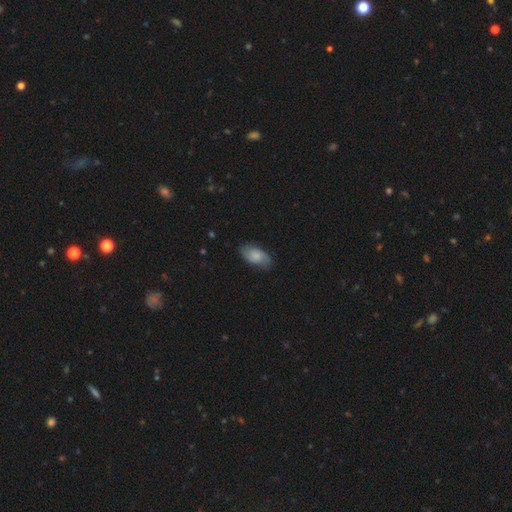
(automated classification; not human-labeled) Smooth or featured?
  - smooth: 59% *
  - featured or disk: 34%
  - star or artifact: 7%
How rounded?
  - in between: 92% *
  - round: 5%
  - cigar-shaped: 3%
Merging?
  - none: 75% *
  - minor disturbance: 19%
  - major disturbance: 5%
  - merger: 1%